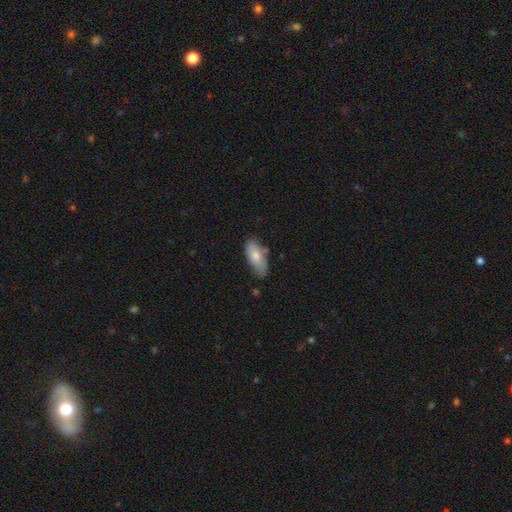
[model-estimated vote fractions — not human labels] This is likely a smooth galaxy (76%). How rounded: clearly in between (86%). Merging: likely none (65%).